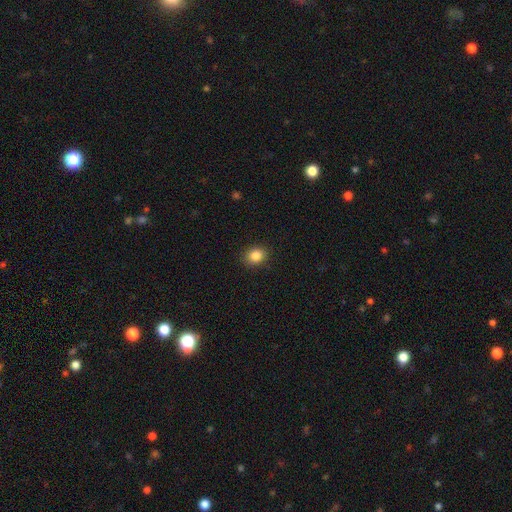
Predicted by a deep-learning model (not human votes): Q: Smooth or featured?
A: smooth (85%); runner-up: star or artifact (10%)
Q: How rounded?
A: round (57%); runner-up: in between (42%)
Q: Merging?
A: none (89%); runner-up: minor disturbance (8%)